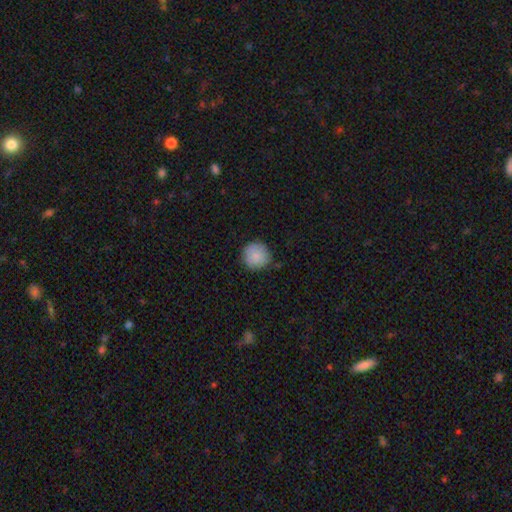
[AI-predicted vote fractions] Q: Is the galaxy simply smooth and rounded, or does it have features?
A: smooth — 84%.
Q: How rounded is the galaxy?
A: round — 94%.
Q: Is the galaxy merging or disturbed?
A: none — 81%.